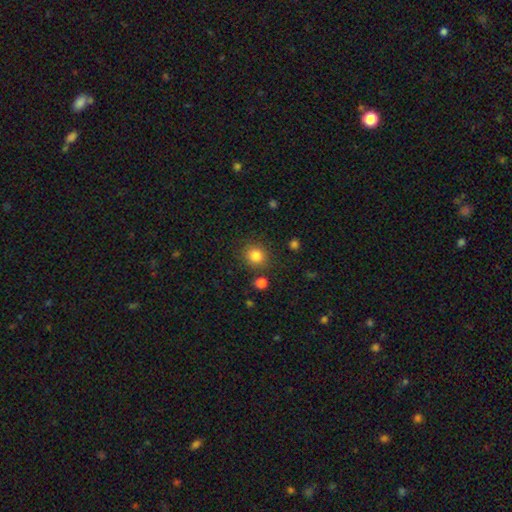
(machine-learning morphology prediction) Smooth or featured?
  - smooth: 83% *
  - star or artifact: 12%
  - featured or disk: 5%
How rounded?
  - round: 87% *
  - in between: 12%
  - cigar-shaped: 1%
Merging?
  - none: 83% *
  - minor disturbance: 9%
  - merger: 5%
  - major disturbance: 3%